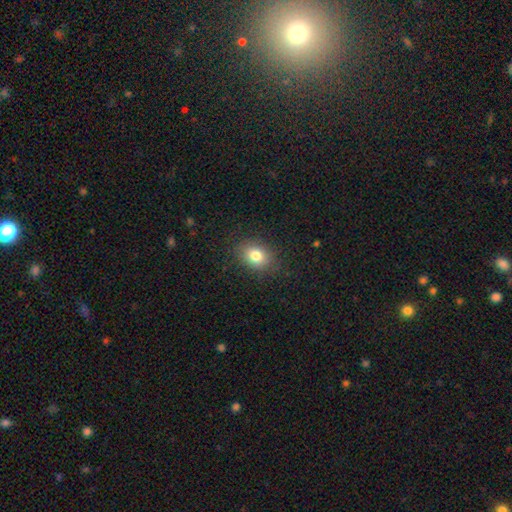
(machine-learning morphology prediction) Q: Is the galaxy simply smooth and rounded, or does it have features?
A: smooth — 80%.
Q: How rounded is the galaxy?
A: in between — 60%.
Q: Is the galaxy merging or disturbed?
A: none — 86%.